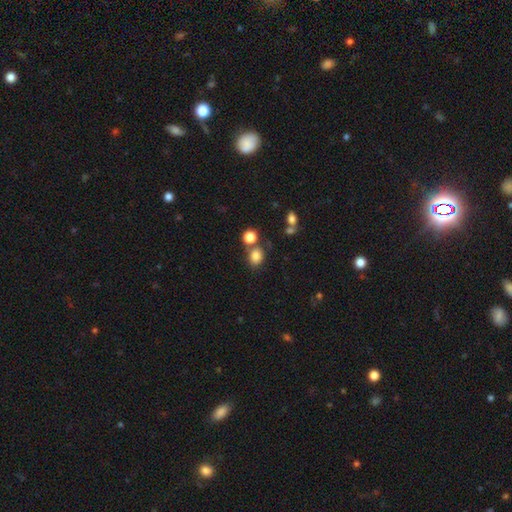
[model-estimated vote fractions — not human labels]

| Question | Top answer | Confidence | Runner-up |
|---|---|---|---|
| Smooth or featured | smooth | 81% | star or artifact (12%) |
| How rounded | round | 54% | in between (45%) |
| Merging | none | 62% | merger (22%) |